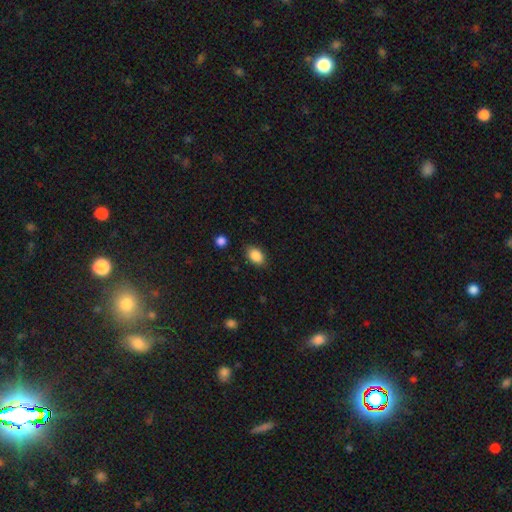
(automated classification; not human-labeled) smooth 88%, star or artifact 8%, featured or disk 4%. Down the decision tree: how rounded — in between (81%); merging — none (84%).